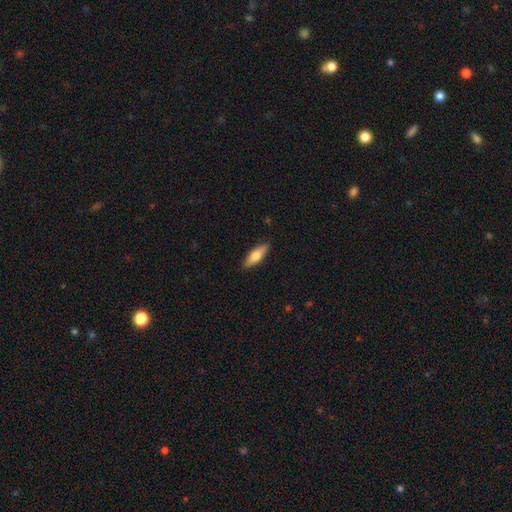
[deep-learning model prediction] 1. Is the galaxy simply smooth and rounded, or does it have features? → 64% smooth, 30% featured or disk, 6% star or artifact.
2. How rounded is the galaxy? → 51% in between, 46% cigar-shaped, 2% round.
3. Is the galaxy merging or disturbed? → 89% none, 8% minor disturbance, 2% major disturbance, 1% merger.